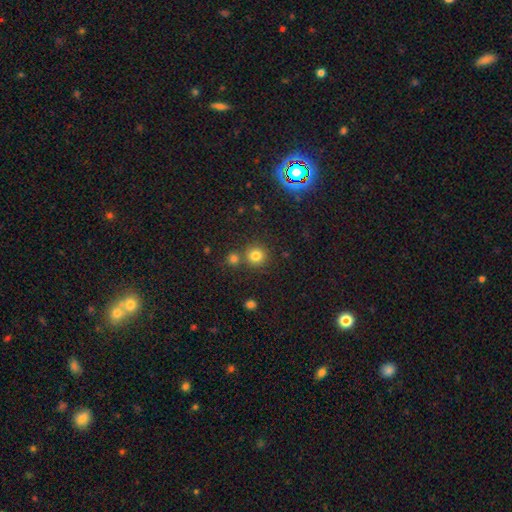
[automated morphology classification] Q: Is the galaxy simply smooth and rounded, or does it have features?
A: smooth — 79%.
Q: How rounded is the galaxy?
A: round — 92%.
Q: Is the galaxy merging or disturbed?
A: none — 75%.